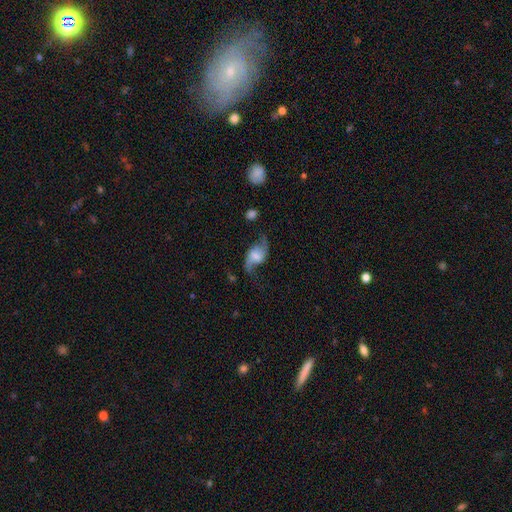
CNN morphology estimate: featured or disk 77%, smooth 16%, star or artifact 7%. Down the decision tree: edge-on disk — no (96%); bar — no (46%); spiral arms — yes (94%); spiral arm count — 2 (92%); spiral winding — loose (81%); bulge size — none (26%); merging — none (64%).